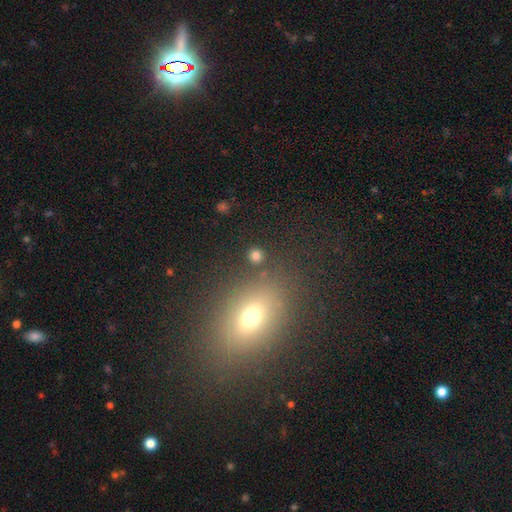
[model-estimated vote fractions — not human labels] Smooth or featured? smooth (78%)
How rounded? round (87%)
Merging? none (85%)